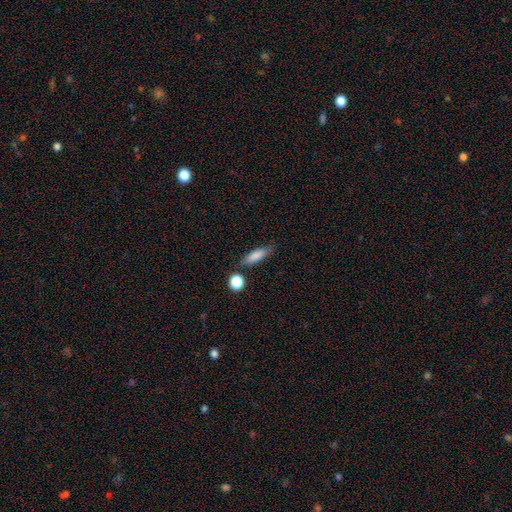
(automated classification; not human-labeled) Q: Smooth or featured?
A: smooth (82%); runner-up: featured or disk (11%)
Q: How rounded?
A: cigar-shaped (53%); runner-up: in between (44%)
Q: Merging?
A: none (75%); runner-up: minor disturbance (15%)